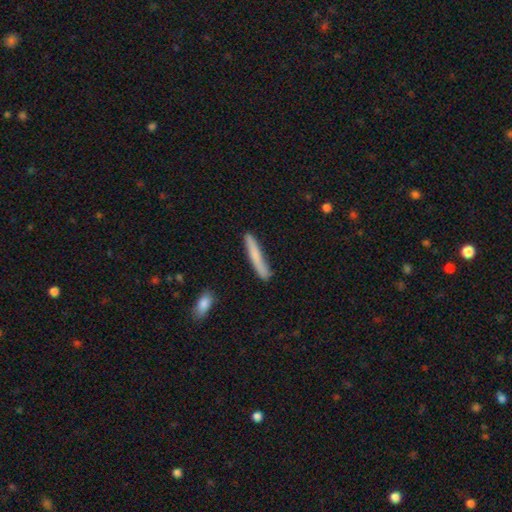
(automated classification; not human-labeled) Smooth or featured: smooth — 71% (featured or disk — 23%)
How rounded: cigar-shaped — 95% (in between — 3%)
Merging: none — 82% (minor disturbance — 13%)